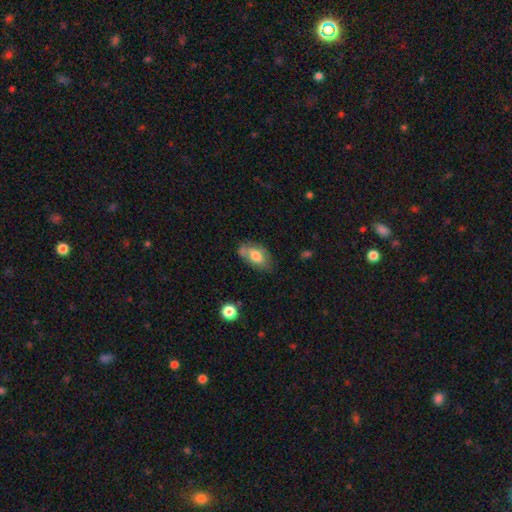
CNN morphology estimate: Smooth or featured: smooth — 69% (featured or disk — 24%)
How rounded: in between — 91% (round — 6%)
Merging: none — 58% (minor disturbance — 25%)